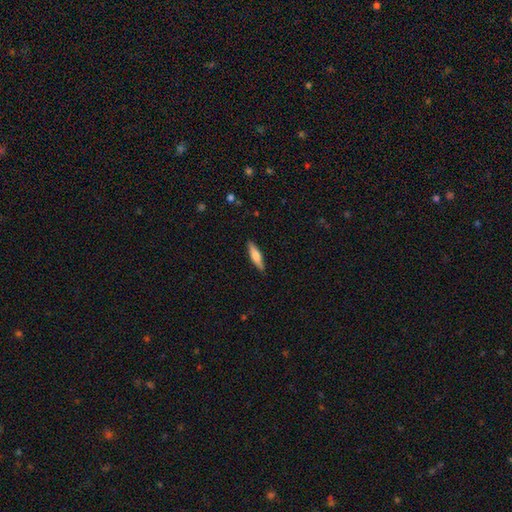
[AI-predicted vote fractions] Overall: smooth (62%; featured or disk 32%). How rounded: cigar-shaped (73%). Merging: none (89%).